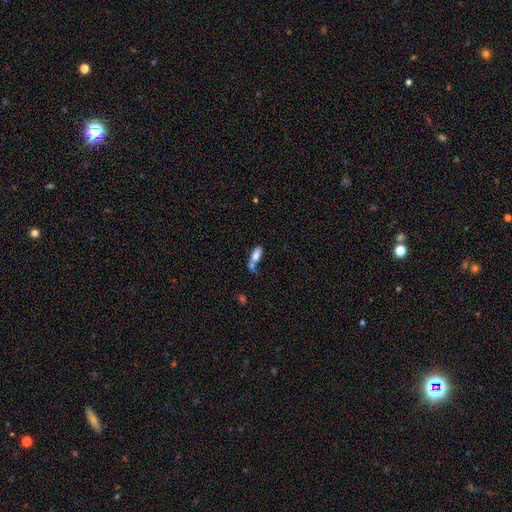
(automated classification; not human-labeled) Smooth or featured? smooth (73%)
How rounded? in between (78%)
Merging? merger (51%)